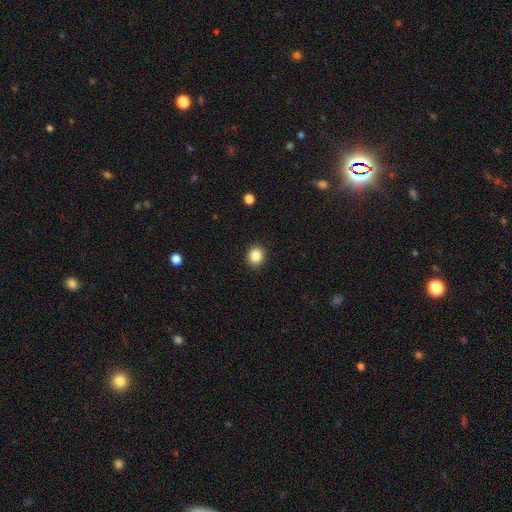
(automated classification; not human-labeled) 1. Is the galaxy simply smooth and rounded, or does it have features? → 86% smooth, 10% star or artifact, 4% featured or disk.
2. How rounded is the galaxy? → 76% round, 23% in between, 1% cigar-shaped.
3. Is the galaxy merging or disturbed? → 91% none, 6% minor disturbance, 2% major disturbance, 1% merger.